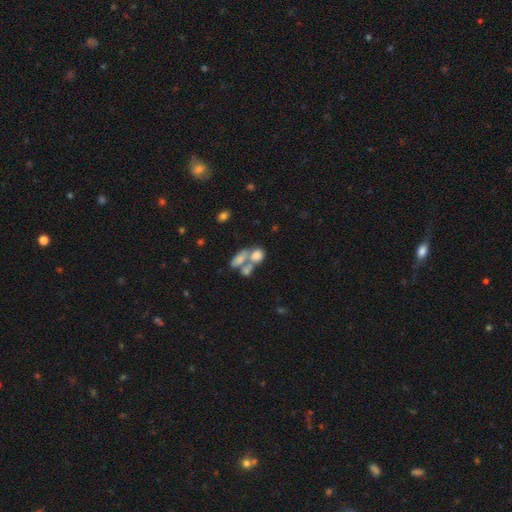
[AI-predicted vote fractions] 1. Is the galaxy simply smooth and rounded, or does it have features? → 67% smooth, 21% featured or disk, 12% star or artifact.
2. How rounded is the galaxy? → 63% in between, 33% round, 4% cigar-shaped.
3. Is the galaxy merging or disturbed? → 59% merger, 25% none, 8% minor disturbance, 8% major disturbance.